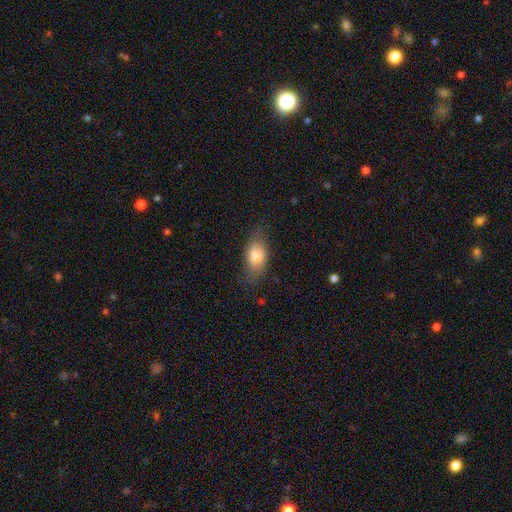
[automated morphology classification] Smooth or featured? smooth (75%)
How rounded? in between (85%)
Merging? none (72%)